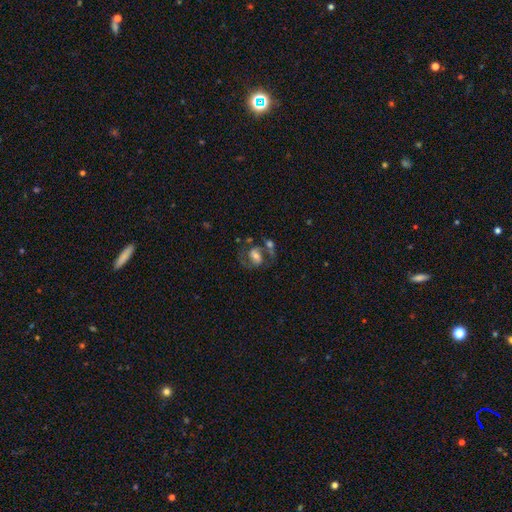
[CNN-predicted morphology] Smooth or featured? featured or disk (65%)
Edge-on disk? no (97%)
Bar? no (39%)
Spiral arms? yes (82%)
Spiral winding? medium (52%)
Spiral arm count? 2 (84%)
Bulge size? moderate (54%)
Merging? none (43%)